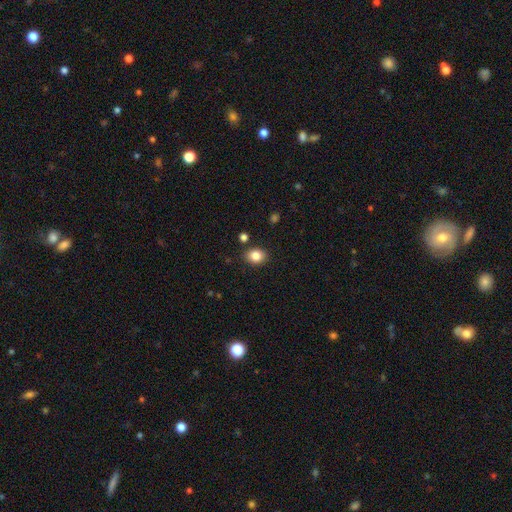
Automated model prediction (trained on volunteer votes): The model was most divided on "how rounded": in between: 56%, round: 43%, cigar-shaped: 1%. More confident: merging — none (85%); smooth or featured — smooth (85%).